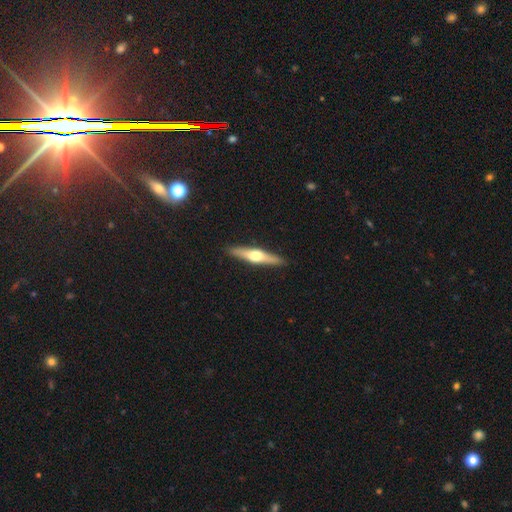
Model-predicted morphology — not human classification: Overall: featured or disk (64%; smooth 31%). Edge-on disk: yes (96%). Edge-on bulge: rounded (94%). Merging: none (91%).